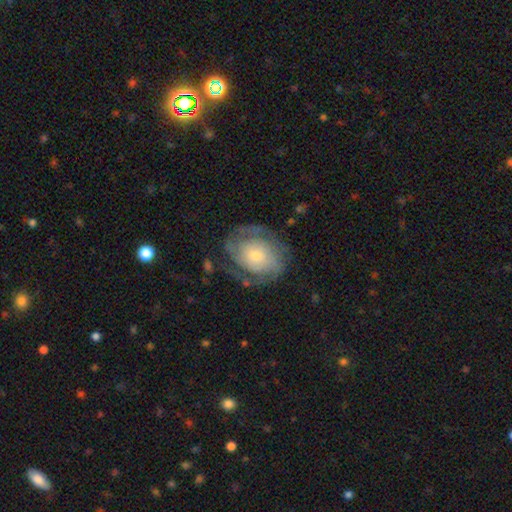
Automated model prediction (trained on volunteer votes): Smooth or featured? Predicted: featured or disk (p=0.76). Edge-on disk? Predicted: no (p=0.97). Bar? Predicted: no (p=0.76). Spiral arms? Predicted: yes (p=0.89). Spiral winding? Predicted: tight (p=0.55). Spiral arm count? Predicted: 2 (p=0.49). Bulge size? Predicted: small (p=0.49). Merging? Predicted: none (p=0.65).